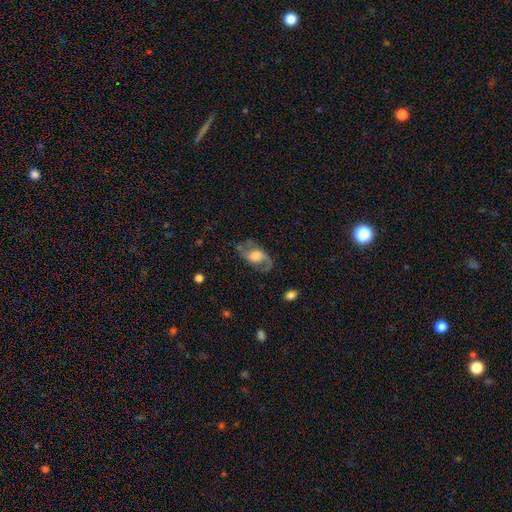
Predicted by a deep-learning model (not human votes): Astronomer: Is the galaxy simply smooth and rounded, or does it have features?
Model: featured or disk — 73%.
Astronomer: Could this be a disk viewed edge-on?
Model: no — 95%.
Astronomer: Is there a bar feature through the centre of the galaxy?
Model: no — 60%.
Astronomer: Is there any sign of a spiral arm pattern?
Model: yes — 90%.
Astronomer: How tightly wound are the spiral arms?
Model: loose — 49% (runner-up: medium, 40%).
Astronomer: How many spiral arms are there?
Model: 2 — 80%.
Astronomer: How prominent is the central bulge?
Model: large — 38% (runner-up: moderate, 37%).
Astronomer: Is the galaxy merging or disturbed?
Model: none — 61%.